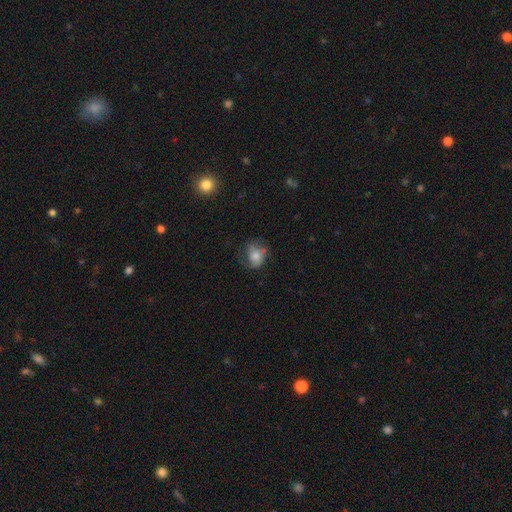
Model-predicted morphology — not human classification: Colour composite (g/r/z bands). It shows a smooth galaxy with no disk features (67%) that is round (56%). Merging: none (51%).